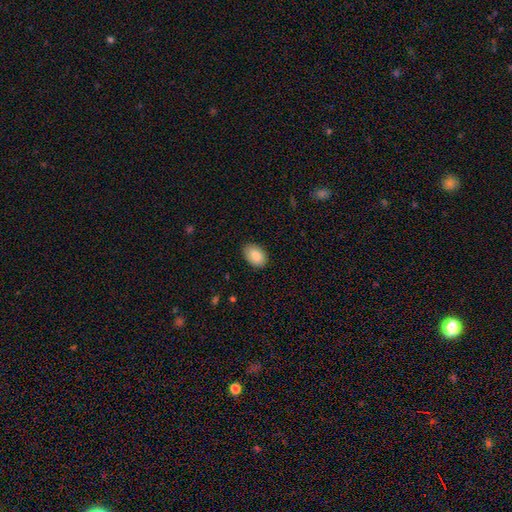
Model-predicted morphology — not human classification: A smooth galaxy with no disk features (85%) that is in between round and cigar-shaped (88%). Merging: none (87%).